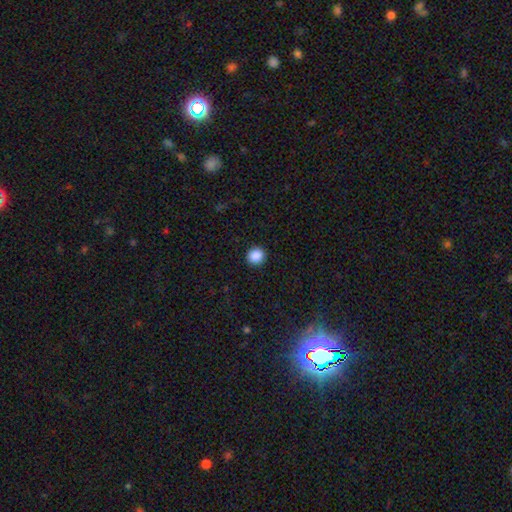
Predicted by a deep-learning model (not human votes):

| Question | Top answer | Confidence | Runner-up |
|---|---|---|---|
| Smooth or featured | smooth | 88% | star or artifact (9%) |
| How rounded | round | 91% | in between (8%) |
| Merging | none | 93% | minor disturbance (5%) |